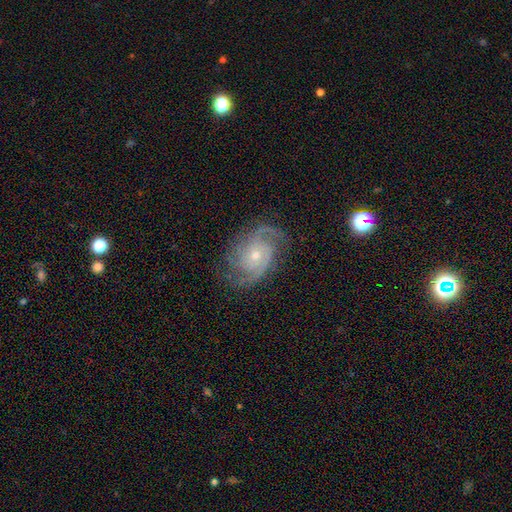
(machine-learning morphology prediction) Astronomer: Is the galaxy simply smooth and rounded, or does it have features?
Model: featured or disk — 90%.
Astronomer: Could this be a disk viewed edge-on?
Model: no — 98%.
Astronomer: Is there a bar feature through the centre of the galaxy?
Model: no — 72%.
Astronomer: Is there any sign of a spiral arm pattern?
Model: yes — 98%.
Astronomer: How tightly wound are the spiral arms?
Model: tight — 48% (runner-up: medium, 43%).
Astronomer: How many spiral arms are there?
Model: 3 — 40% (runner-up: 2, 29%).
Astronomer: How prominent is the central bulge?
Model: small — 56% (runner-up: moderate, 40%).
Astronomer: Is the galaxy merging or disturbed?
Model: none — 76%.